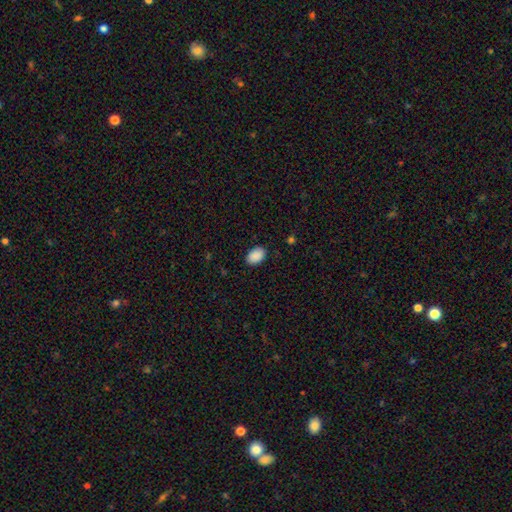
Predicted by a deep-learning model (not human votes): Smooth or featured? smooth (91%)
How rounded? in between (87%)
Merging? none (88%)